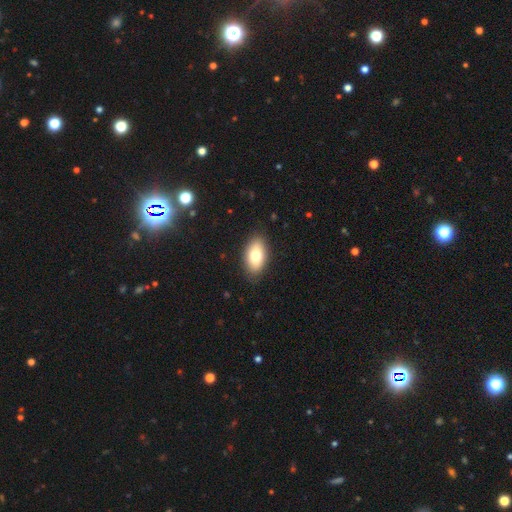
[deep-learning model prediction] A smooth galaxy with no disk features (78%) that is in between round and cigar-shaped (92%).

Vote fractions:
- Smooth or featured? smooth: 78% / featured or disk: 15% / star or artifact: 7%
- How rounded? in between: 92% / round: 5% / cigar-shaped: 3%
- Merging? none: 86% / minor disturbance: 11% / major disturbance: 2% / merger: 1%